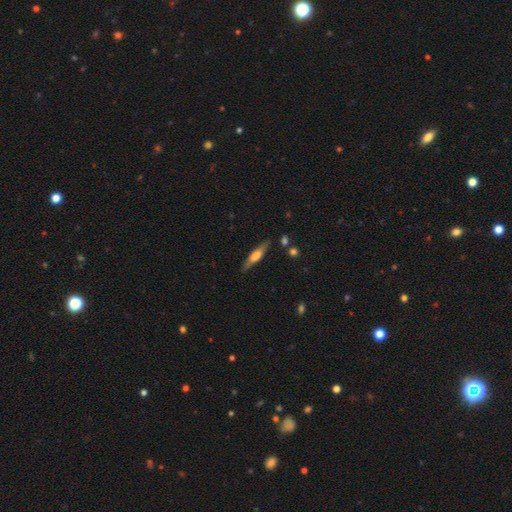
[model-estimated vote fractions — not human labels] A featured or disk galaxy (51%) viewed edge-on (90%).

Vote fractions:
- Smooth or featured? featured or disk: 51% / smooth: 43% / star or artifact: 6%
- Edge-on disk? yes: 90% / no: 10%
- Merging? none: 82% / minor disturbance: 12% / major disturbance: 3% / merger: 2%